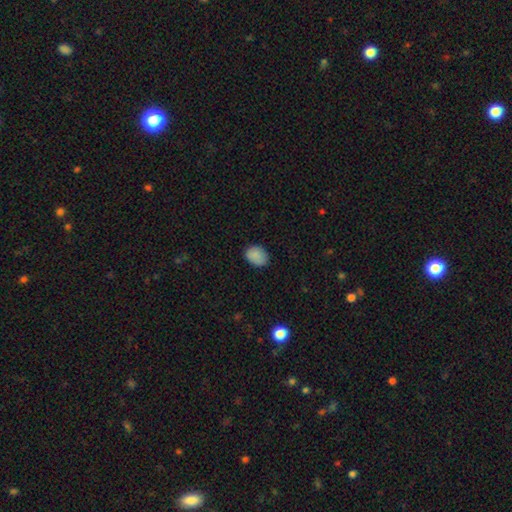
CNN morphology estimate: smooth-or-featured: smooth: 88% | star or artifact: 8% | featured or disk: 4%
  how-rounded: in between: 58% | round: 41% | cigar-shaped: 1%
  merging: none: 82% | minor disturbance: 14% | major disturbance: 3% | merger: 1%